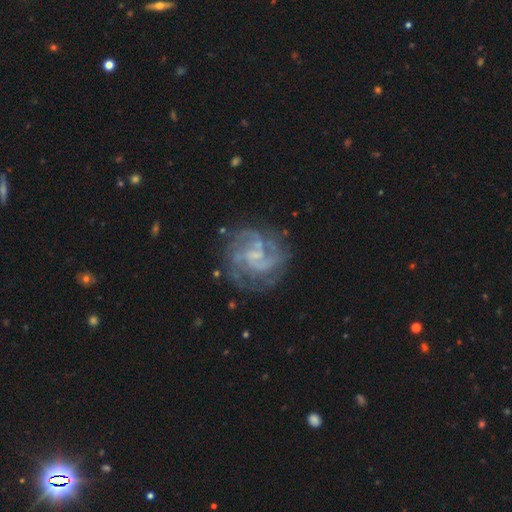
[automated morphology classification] Q: Smooth or featured?
A: featured or disk (85%); runner-up: smooth (8%)
Q: Edge-on disk?
A: no (98%); runner-up: yes (2%)
Q: Bar?
A: weak (48%); runner-up: no (42%)
Q: Spiral arms?
A: yes (93%); runner-up: no (7%)
Q: Spiral winding?
A: tight (44%); runner-up: medium (43%)
Q: Spiral arm count?
A: 3 (28%); runner-up: 2 (26%)
Q: Bulge size?
A: small (48%); runner-up: none (32%)
Q: Merging?
A: none (70%); runner-up: minor disturbance (17%)